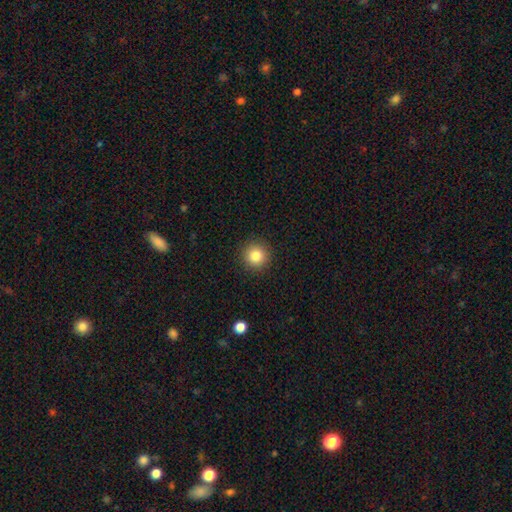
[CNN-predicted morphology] type=smooth (84%); roundness=round (95%); merging=none (92%).